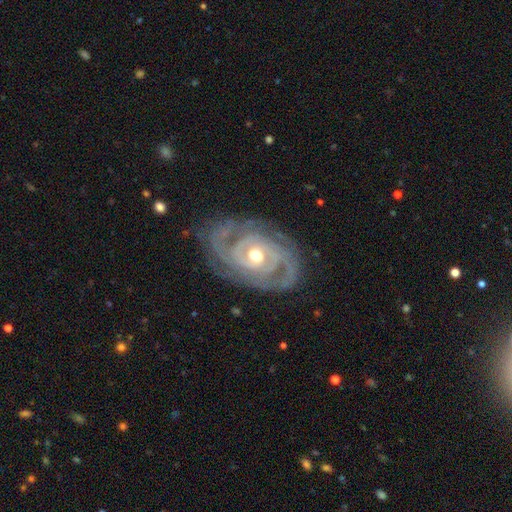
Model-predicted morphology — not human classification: This appears to be a featured or disk galaxy (91%) with no bar (63%), 2 (33%) tight (68%) spiral arms (96%) and a moderate central bulge (69%). Merging: none (74%).